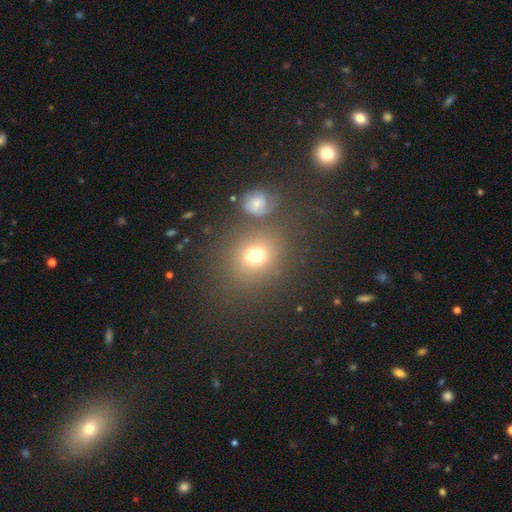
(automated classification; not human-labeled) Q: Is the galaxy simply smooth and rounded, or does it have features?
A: smooth — 71%.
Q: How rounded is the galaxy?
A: round — 67%.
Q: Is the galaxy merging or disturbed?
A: none — 68%.